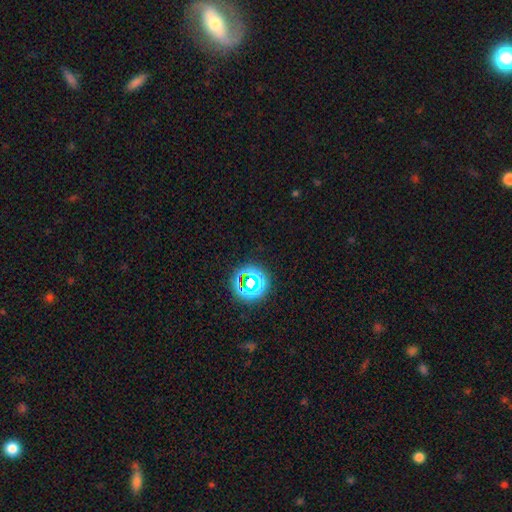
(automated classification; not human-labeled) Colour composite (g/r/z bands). It shows a star or artifact, not a galaxy (55%).